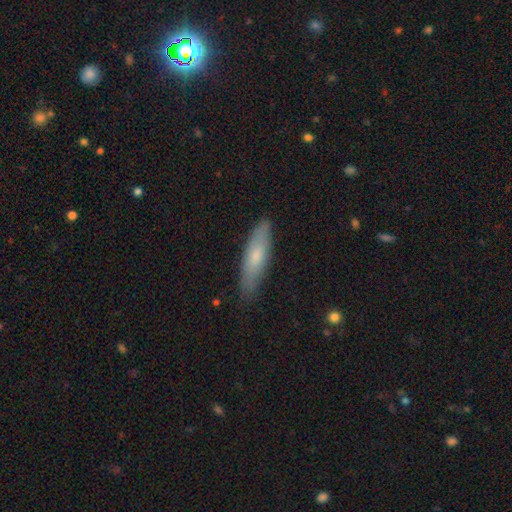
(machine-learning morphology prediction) smooth 69%, featured or disk 25%, star or artifact 6%. Down the decision tree: how rounded — cigar-shaped (68%); merging — none (84%).